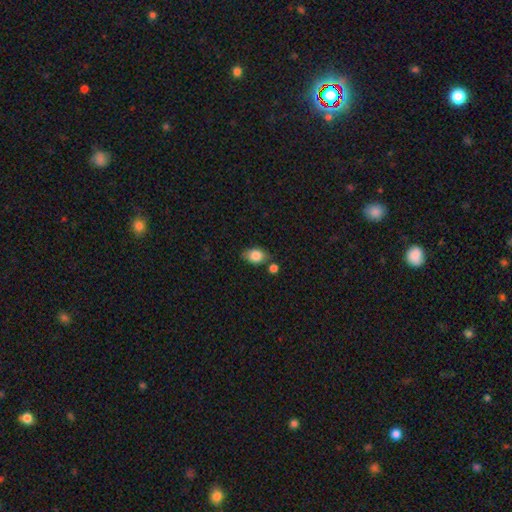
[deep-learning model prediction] smooth-or-featured: smooth: 84% | featured or disk: 8% | star or artifact: 8%
  how-rounded: in between: 76% | round: 23% | cigar-shaped: 2%
  merging: none: 68% | minor disturbance: 17% | merger: 11% | major disturbance: 4%